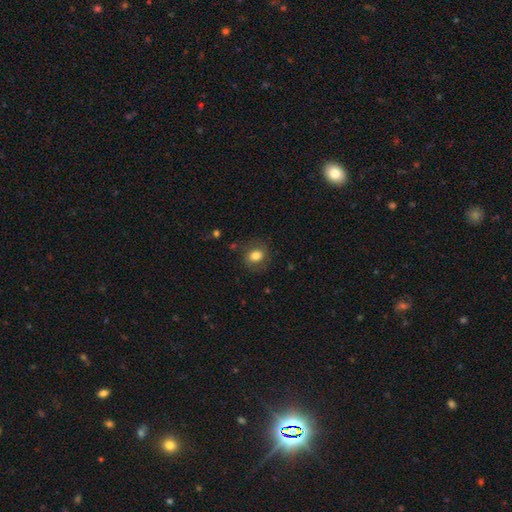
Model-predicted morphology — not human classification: A smooth galaxy with no disk features (78%) that is round (62%).

Vote fractions:
- Smooth or featured? smooth: 78% / featured or disk: 12% / star or artifact: 9%
- How rounded? round: 62% / in between: 37% / cigar-shaped: 1%
- Merging? none: 79% / minor disturbance: 14% / major disturbance: 6% / merger: 2%